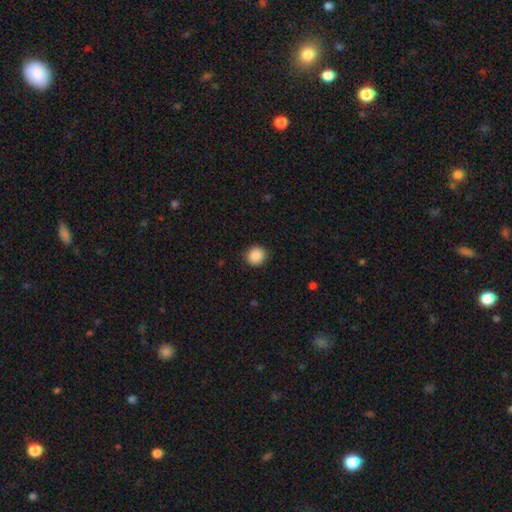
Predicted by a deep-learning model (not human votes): The model was most divided on "how rounded": round: 88%, in between: 11%, cigar-shaped: 1%. More confident: merging — none (91%); smooth or featured — smooth (88%).